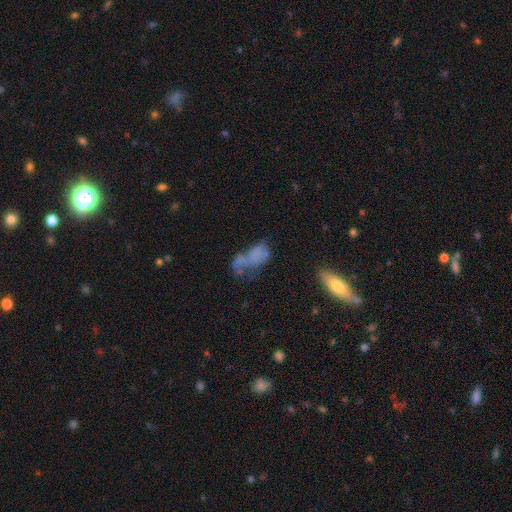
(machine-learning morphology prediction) Smooth or featured?
  - smooth: 51% *
  - featured or disk: 34%
  - star or artifact: 14%
How rounded?
  - in between: 87% *
  - cigar-shaped: 7%
  - round: 6%
Merging?
  - major disturbance: 36% *
  - none: 23%
  - merger: 23%
  - minor disturbance: 19%